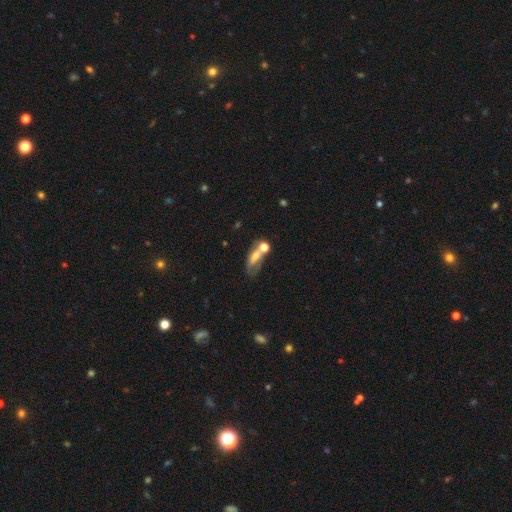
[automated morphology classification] The model was most divided on "merging": merger: 34%, none: 33%, minor disturbance: 17%, major disturbance: 16%. Remaining: smooth or featured — smooth (48%).